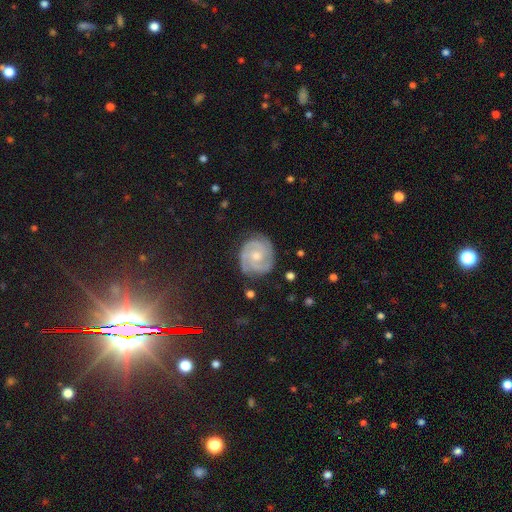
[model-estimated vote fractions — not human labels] smooth_or_featured: featured or disk (p=0.82) [alt: smooth p=0.12]
disk_edge_on: no (p=0.98) [alt: yes p=0.02]
bar: no (p=0.66) [alt: weak p=0.30]
has_spiral_arms: yes (p=0.96) [alt: no p=0.04]
spiral_winding: tight (p=0.64) [alt: medium p=0.30]
spiral_arm_count: 2 (p=0.46) [alt: 3 p=0.28]
bulge_size: moderate (p=0.53) [alt: small p=0.41]
merging: none (p=0.78) [alt: minor disturbance p=0.16]